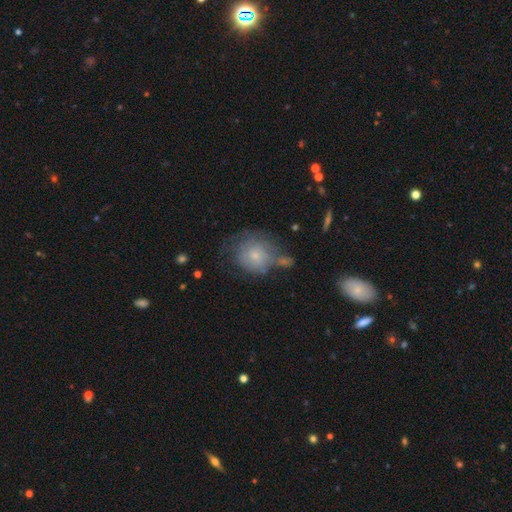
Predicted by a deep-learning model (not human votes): Smooth or featured: smooth — 64% (featured or disk — 27%)
How rounded: round — 81% (in between — 18%)
Merging: none — 42% (minor disturbance — 26%)